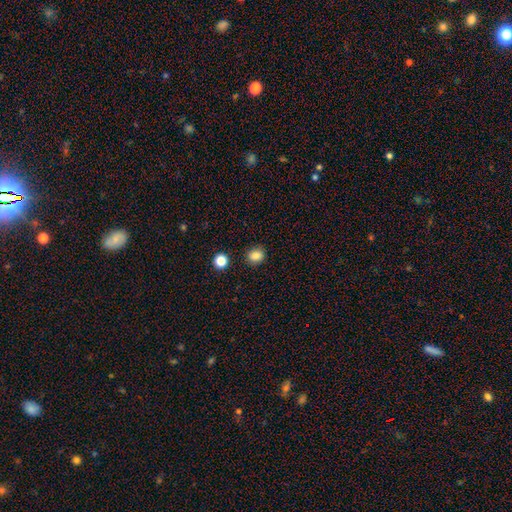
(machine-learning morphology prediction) type=smooth (85%); roundness=round (73%); merging=none (88%).